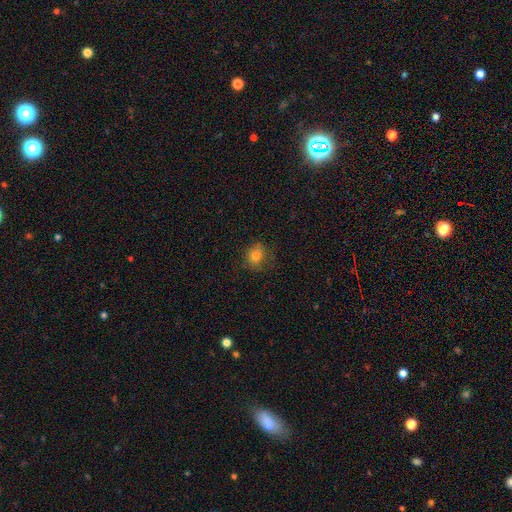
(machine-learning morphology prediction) A smooth galaxy with no disk features (79%) that is round (62%). Merging: none (76%).